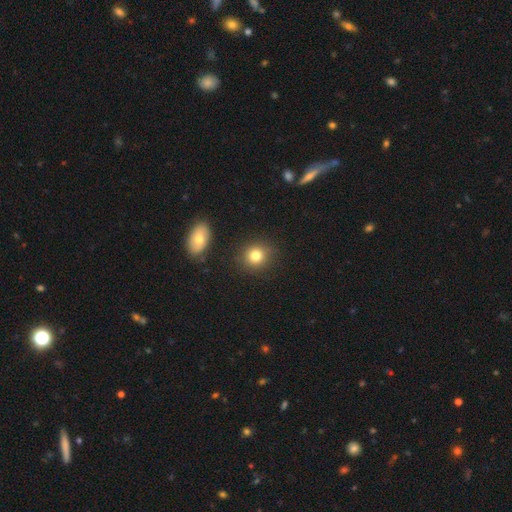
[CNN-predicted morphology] This is clearly a smooth galaxy (81%). How rounded: clearly round (81%). Merging: clearly none (84%).